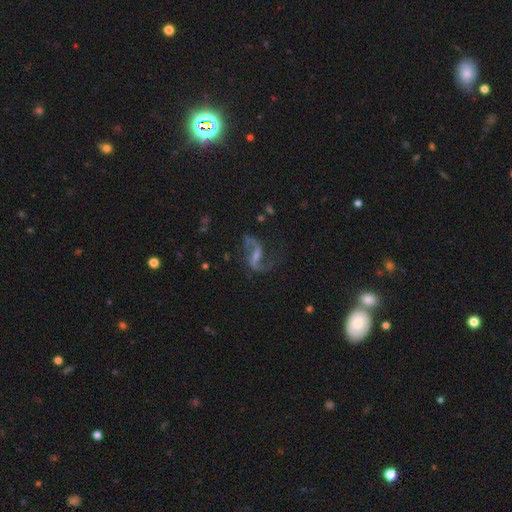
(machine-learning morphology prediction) smooth_or_featured: featured or disk (p=0.85) [alt: star or artifact p=0.08]
disk_edge_on: no (p=0.97) [alt: yes p=0.03]
bar: weak (p=0.47) [alt: strong p=0.33]
has_spiral_arms: yes (p=0.95) [alt: no p=0.05]
spiral_winding: loose (p=0.71) [alt: medium p=0.24]
spiral_arm_count: 2 (p=0.91) [alt: 1 p=0.04]
bulge_size: small (p=0.48) [alt: moderate p=0.26]
merging: none (p=0.66) [alt: minor disturbance p=0.16]